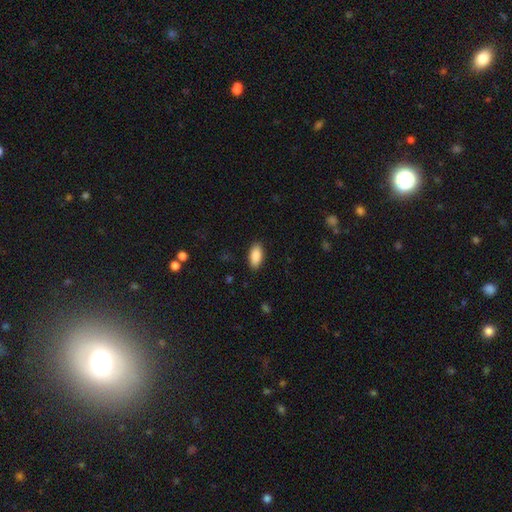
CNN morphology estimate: Smooth or featured?
  - smooth: 88% *
  - star or artifact: 6%
  - featured or disk: 5%
How rounded?
  - in between: 92% *
  - cigar-shaped: 6%
  - round: 2%
Merging?
  - none: 88% *
  - minor disturbance: 8%
  - major disturbance: 2%
  - merger: 1%